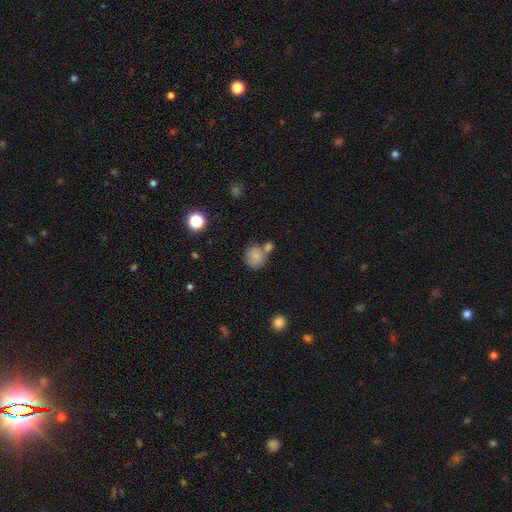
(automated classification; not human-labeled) Smooth or featured? Predicted: smooth (p=0.81). How rounded? Predicted: round (p=0.80). Merging? Predicted: none (p=0.49).